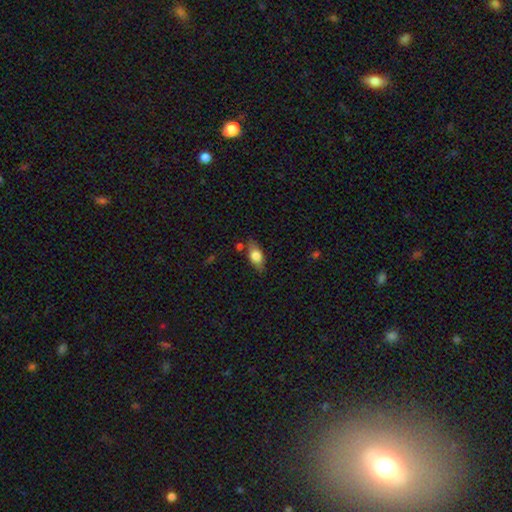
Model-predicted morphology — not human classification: Smooth or featured: smooth — 73% (featured or disk — 19%)
How rounded: in between — 84% (cigar-shaped — 9%)
Merging: none — 74% (minor disturbance — 17%)